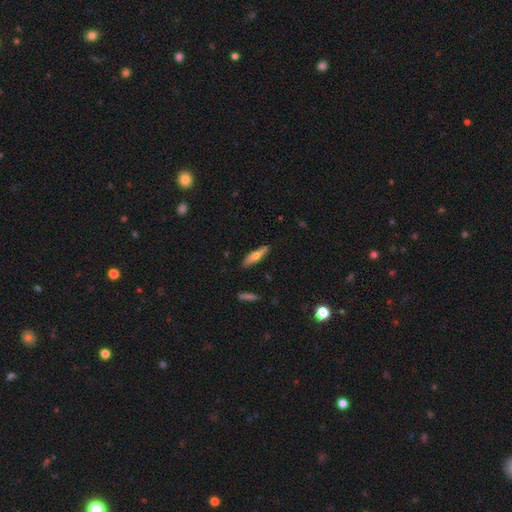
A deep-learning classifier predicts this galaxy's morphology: Smooth or featured? Predicted: smooth (p=0.53). How rounded? Predicted: cigar-shaped (p=0.77). Merging? Predicted: none (p=0.87).